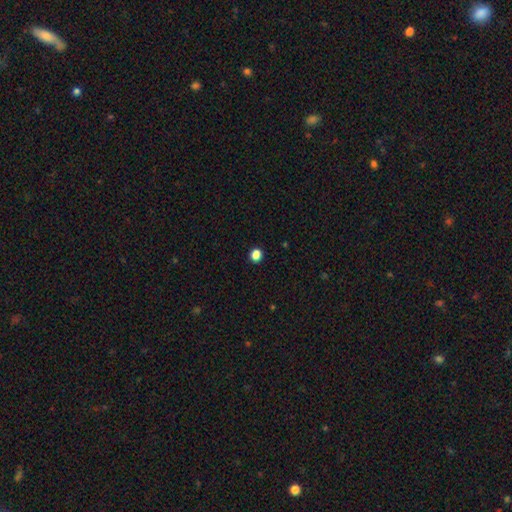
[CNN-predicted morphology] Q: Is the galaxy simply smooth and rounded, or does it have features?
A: smooth — 83%.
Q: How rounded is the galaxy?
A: round — 77%.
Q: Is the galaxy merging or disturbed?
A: none — 91%.